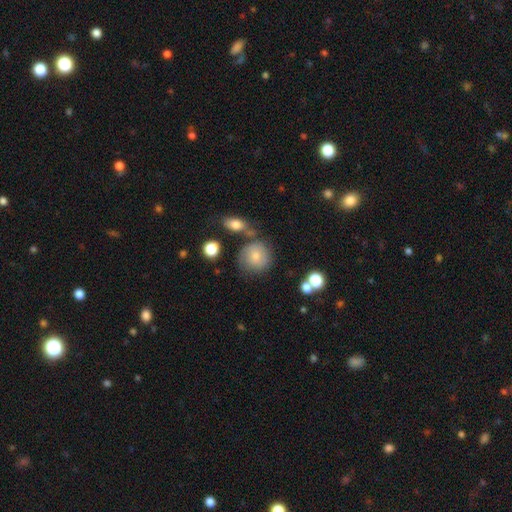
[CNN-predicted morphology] Overall: smooth (70%). How rounded: round (87%). Merging: none (63%).